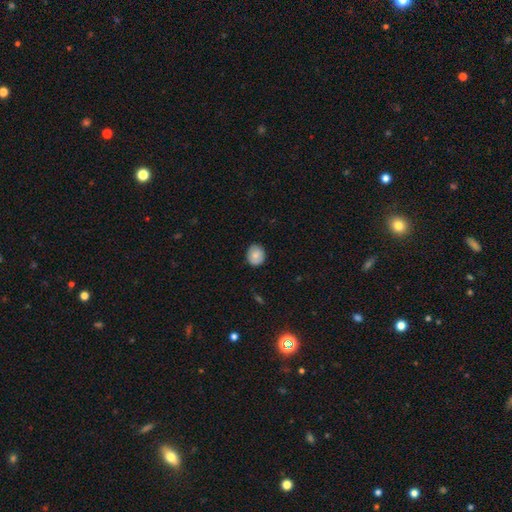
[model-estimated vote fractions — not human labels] smooth_or_featured: smooth (p=0.76) [alt: featured or disk p=0.17]
how_rounded: round (p=0.78) [alt: in between p=0.21]
merging: none (p=0.83) [alt: minor disturbance p=0.13]